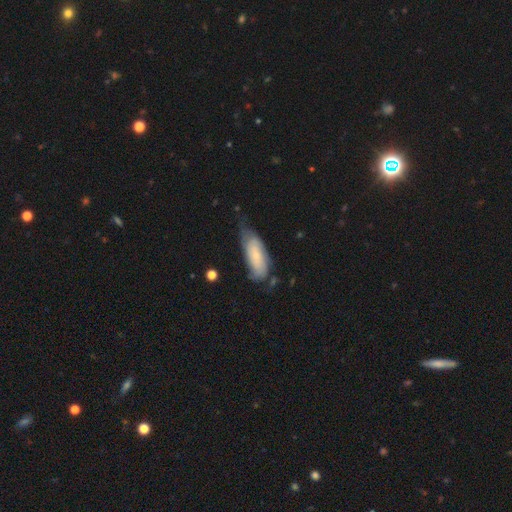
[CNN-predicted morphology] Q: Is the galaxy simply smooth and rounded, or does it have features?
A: featured or disk — 48%.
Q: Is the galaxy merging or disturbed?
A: none — 46%.